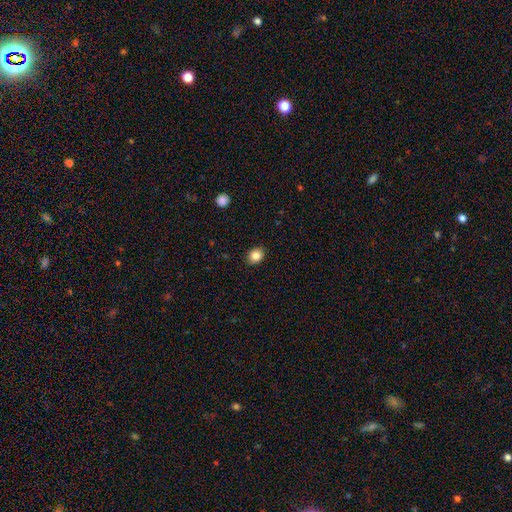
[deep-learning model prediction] smooth_or_featured: smooth (p=0.85) [alt: star or artifact p=0.10]
how_rounded: round (p=0.56) [alt: in between p=0.43]
merging: none (p=0.90) [alt: minor disturbance p=0.07]